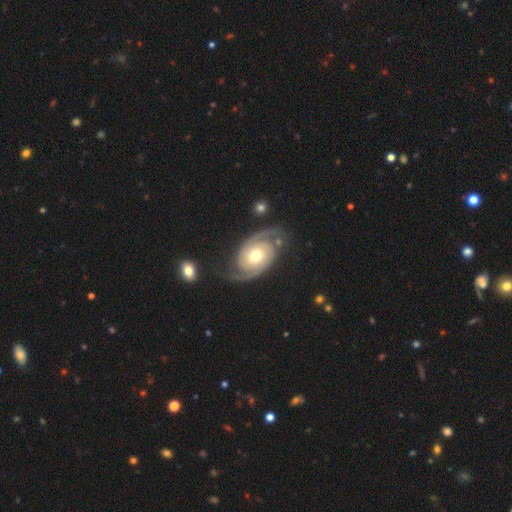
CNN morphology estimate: type=featured or disk (91%); edge-on=no (98%); bar=no (73%); spiral arms=yes (98%); winding=tight (48%); arm count=2 (94%); bulge=moderate (73%); merging=none (77%).